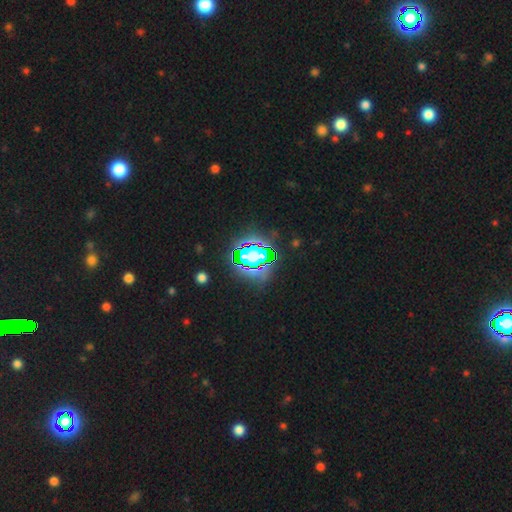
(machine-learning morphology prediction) The model was most divided on "smooth or featured": star or artifact: 63%, smooth: 19%, featured or disk: 18%.